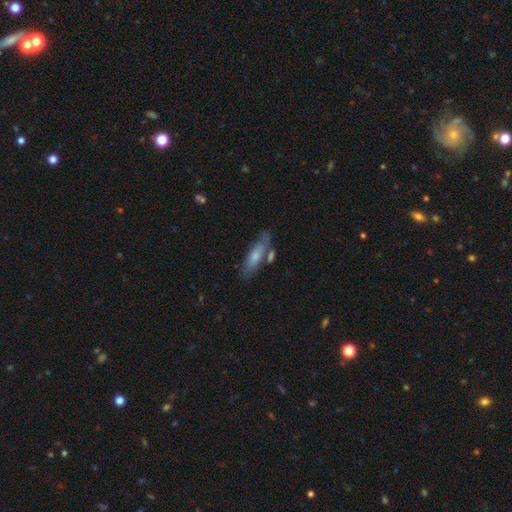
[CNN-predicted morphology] Overall: smooth (64%; featured or disk 30%). How rounded: cigar-shaped (53%; in between 45%). Merging: none (62%).